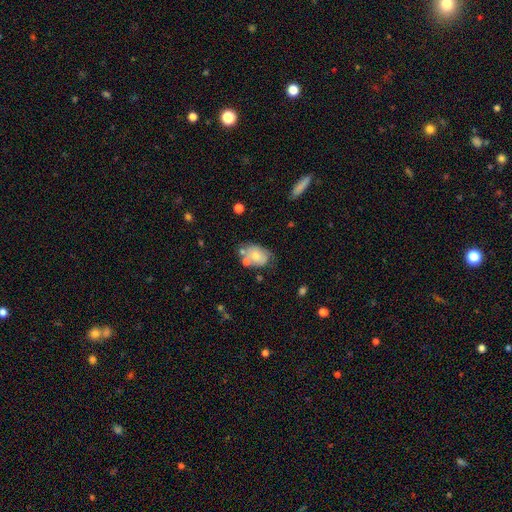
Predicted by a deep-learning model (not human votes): This is likely a smooth galaxy (61%). How rounded: likely in between (76%). Merging: possibly none (46%).